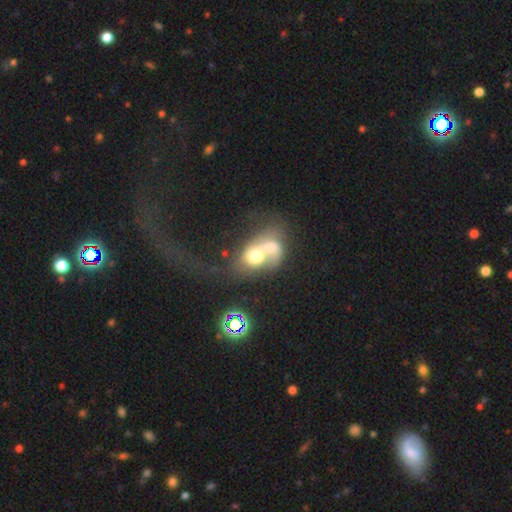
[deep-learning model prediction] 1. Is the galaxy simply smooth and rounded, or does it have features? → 51% smooth, 38% featured or disk, 11% star or artifact.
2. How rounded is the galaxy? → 50% in between, 48% round, 1% cigar-shaped.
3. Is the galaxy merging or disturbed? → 78% merger, 10% none, 8% major disturbance, 5% minor disturbance.